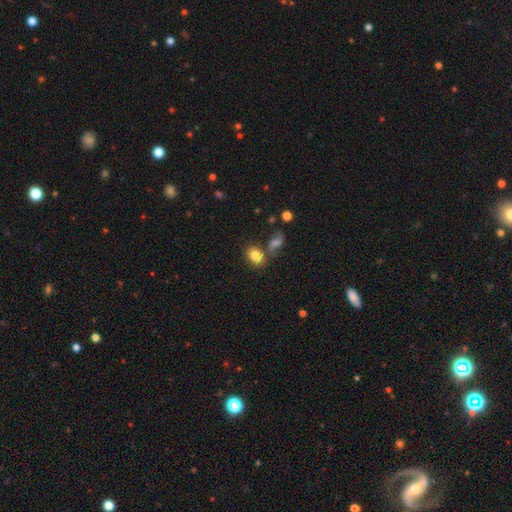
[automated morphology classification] smooth-or-featured: smooth: 82% | star or artifact: 9% | featured or disk: 9%
  how-rounded: in between: 77% | round: 21% | cigar-shaped: 1%
  merging: none: 66% | merger: 18% | minor disturbance: 13% | major disturbance: 4%